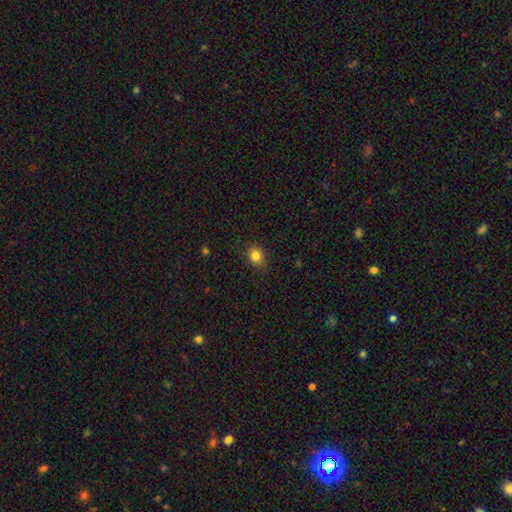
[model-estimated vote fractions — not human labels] Smooth or featured? smooth (84%)
How rounded? round (59%)
Merging? none (86%)